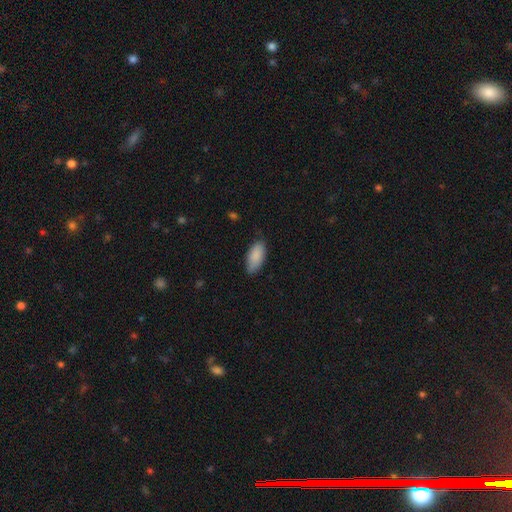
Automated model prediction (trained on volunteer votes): Smooth or featured? Predicted: smooth (p=0.89). How rounded? Predicted: in between (p=0.91). Merging? Predicted: none (p=0.78).